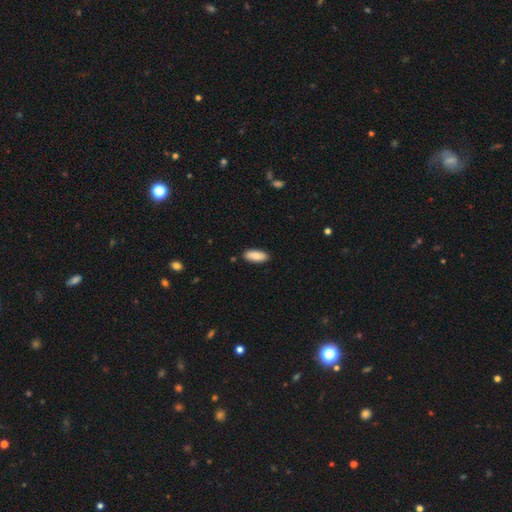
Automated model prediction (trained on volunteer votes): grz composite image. It shows a smooth galaxy with no disk features (86%) that is in between round and cigar-shaped (83%). Merging: none (88%).